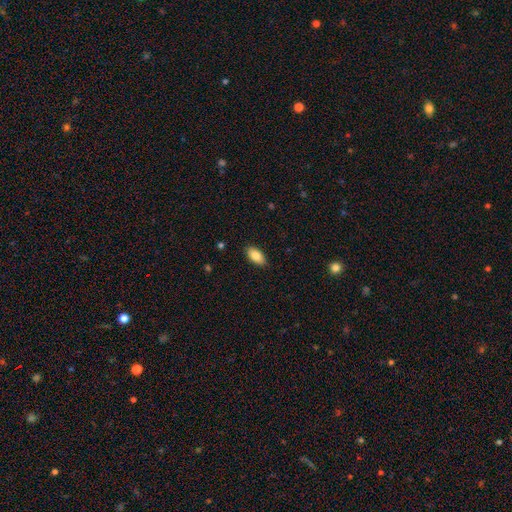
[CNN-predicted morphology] Smooth or featured: smooth — 84% (featured or disk — 9%)
How rounded: in between — 93% (cigar-shaped — 4%)
Merging: none — 88% (minor disturbance — 9%)